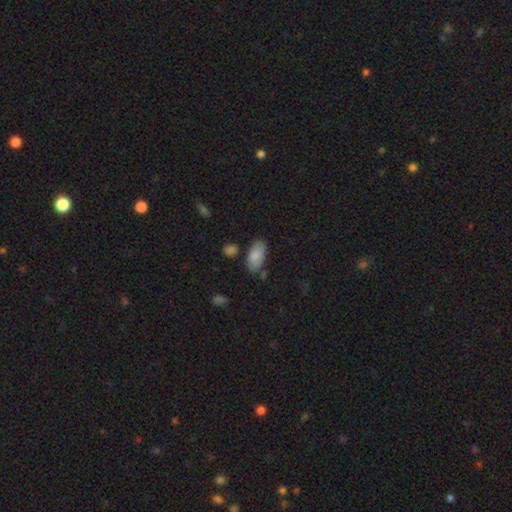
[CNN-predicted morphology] type=smooth (85%); roundness=in between (93%); merging=none (76%).